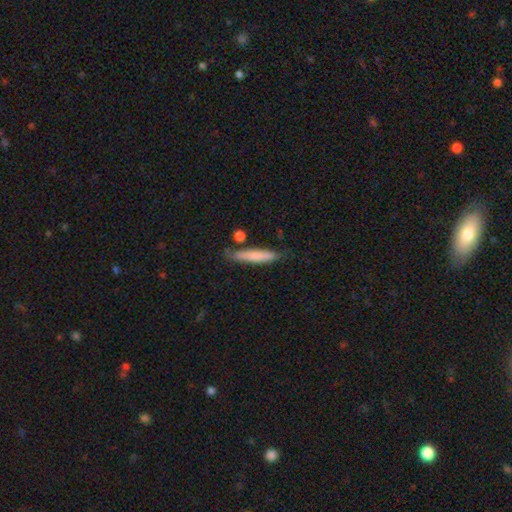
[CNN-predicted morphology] The model was most divided on "smooth or featured": smooth: 74%, featured or disk: 20%, star or artifact: 6%. More confident: how rounded — cigar-shaped (91%); merging — none (77%).